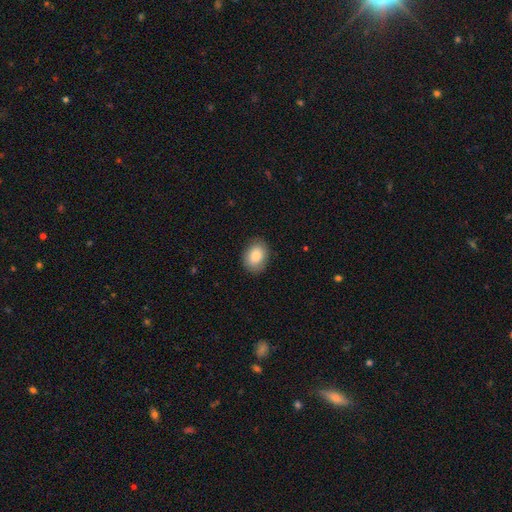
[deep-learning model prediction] A smooth galaxy with no disk features (86%) that is in between round and cigar-shaped (79%).

Vote fractions:
- Smooth or featured? smooth: 86% / featured or disk: 8% / star or artifact: 6%
- How rounded? in between: 79% / round: 20% / cigar-shaped: 1%
- Merging? none: 84% / minor disturbance: 12% / major disturbance: 3% / merger: 1%